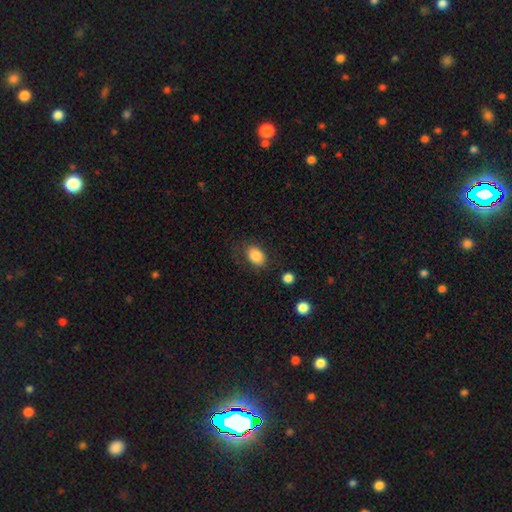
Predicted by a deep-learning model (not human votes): smooth-or-featured: smooth: 84% | star or artifact: 8% | featured or disk: 8%
  how-rounded: in between: 77% | round: 22% | cigar-shaped: 1%
  merging: none: 73% | minor disturbance: 17% | major disturbance: 7% | merger: 2%